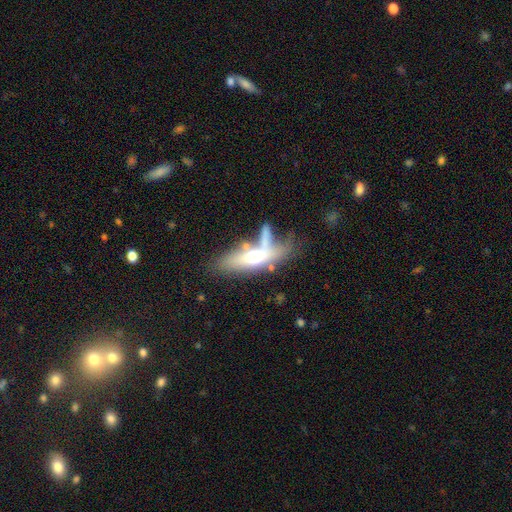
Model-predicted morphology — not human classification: Smooth or featured? Predicted: featured or disk (p=0.48). Merging? Predicted: none (p=0.34).